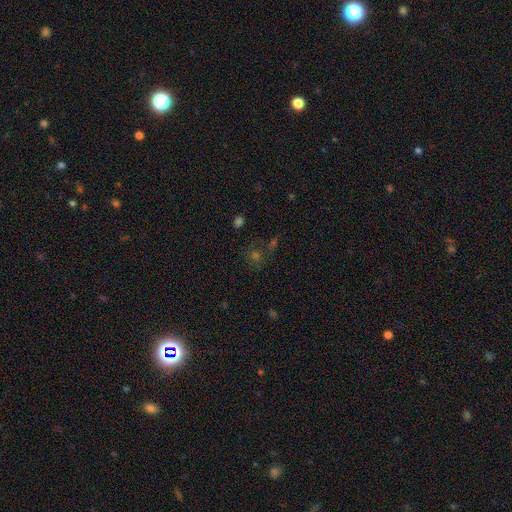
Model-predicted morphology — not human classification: Q: Smooth or featured?
A: star or artifact (46%); runner-up: smooth (38%)